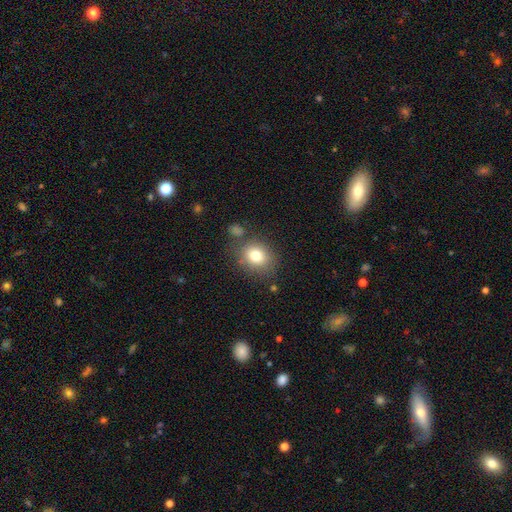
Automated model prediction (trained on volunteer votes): Smooth or featured? Predicted: smooth (p=0.79). How rounded? Predicted: round (p=0.64). Merging? Predicted: none (p=0.72).